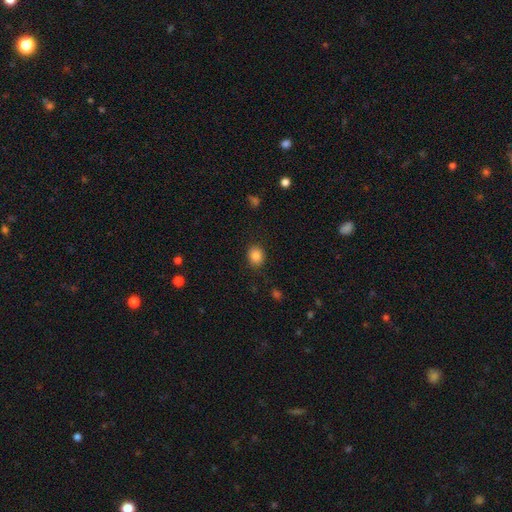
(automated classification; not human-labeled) This appears to be a smooth galaxy with no disk features (85%) that is round (61%). Merging: none (85%).